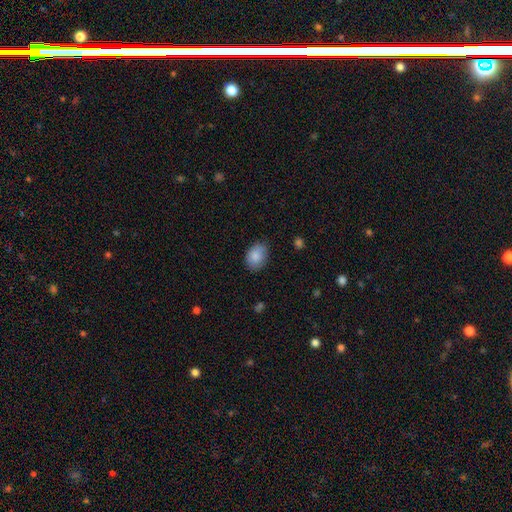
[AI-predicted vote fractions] Smooth or featured? smooth (87%)
How rounded? in between (77%)
Merging? none (78%)